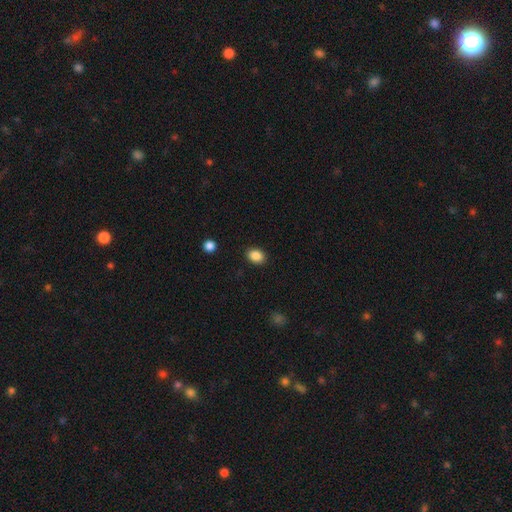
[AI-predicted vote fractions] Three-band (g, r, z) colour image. It shows a smooth galaxy with no disk features (88%) that is in between round and cigar-shaped (65%). Merging: none (89%).